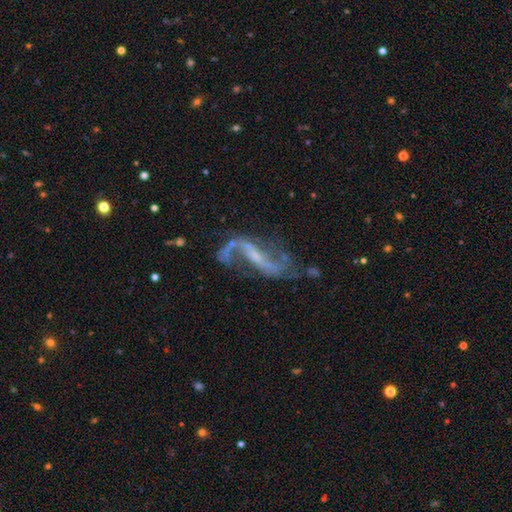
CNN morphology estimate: smooth_or_featured: featured or disk (p=0.86) [alt: star or artifact p=0.08]
disk_edge_on: no (p=0.90) [alt: yes p=0.10]
bar: weak (p=0.37) [alt: strong p=0.36]
has_spiral_arms: yes (p=0.92) [alt: no p=0.08]
spiral_winding: loose (p=0.82) [alt: medium p=0.13]
spiral_arm_count: 2 (p=0.86) [alt: 1 p=0.06]
bulge_size: small (p=0.60) [alt: none p=0.22]
merging: none (p=0.52) [alt: major disturbance p=0.21]